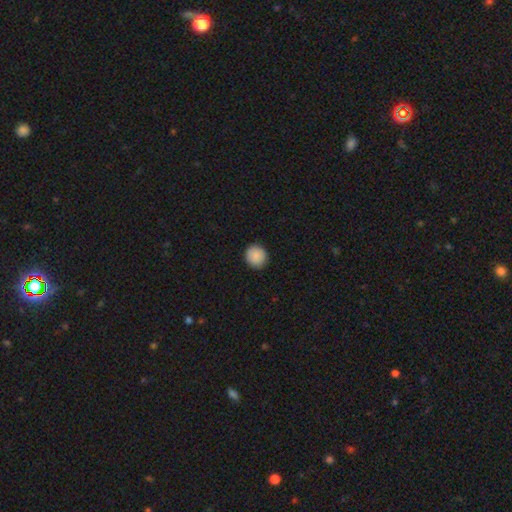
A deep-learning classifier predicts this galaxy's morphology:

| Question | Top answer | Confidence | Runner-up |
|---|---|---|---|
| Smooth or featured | smooth | 88% | star or artifact (8%) |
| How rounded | round | 89% | in between (10%) |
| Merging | none | 91% | minor disturbance (7%) |